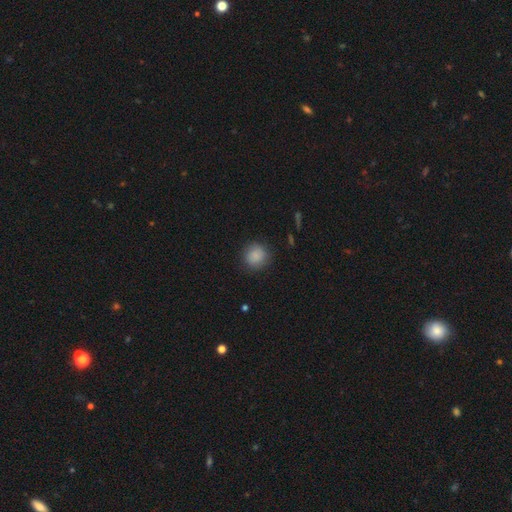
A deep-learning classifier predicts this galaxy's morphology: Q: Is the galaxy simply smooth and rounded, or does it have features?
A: smooth — 87%.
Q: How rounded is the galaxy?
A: round — 92%.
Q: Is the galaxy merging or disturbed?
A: none — 87%.